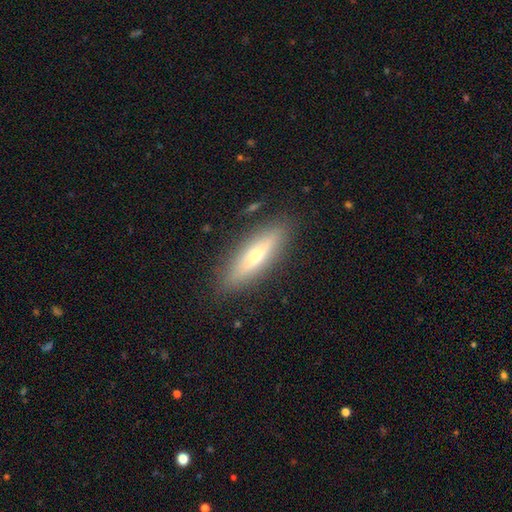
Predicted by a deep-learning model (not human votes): Smooth or featured? Predicted: featured or disk (p=0.49). Merging? Predicted: none (p=0.87).